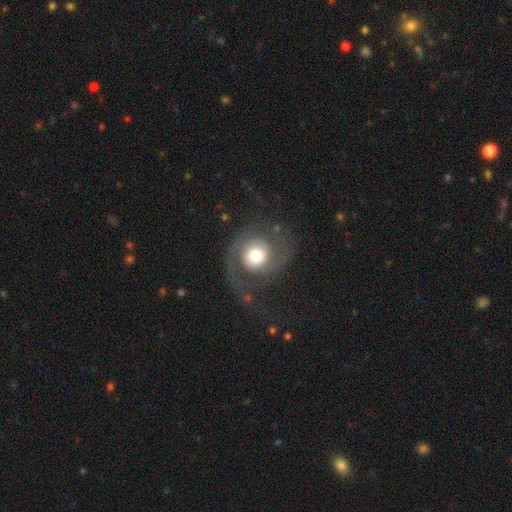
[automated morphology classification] Smooth or featured? featured or disk (74%)
Edge-on disk? no (98%)
Bar? no (73%)
Spiral arms? yes (90%)
Spiral winding? medium (47%)
Spiral arm count? 2 (83%)
Bulge size? moderate (53%)
Merging? none (65%)